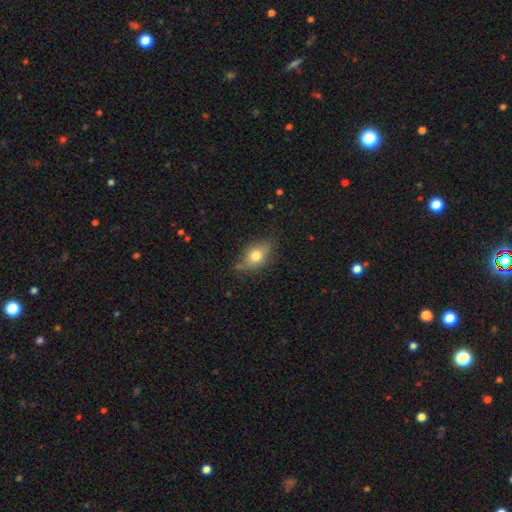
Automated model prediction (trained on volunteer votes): A smooth galaxy with no disk features (71%) that is in between round and cigar-shaped (81%). Merging: none (65%).